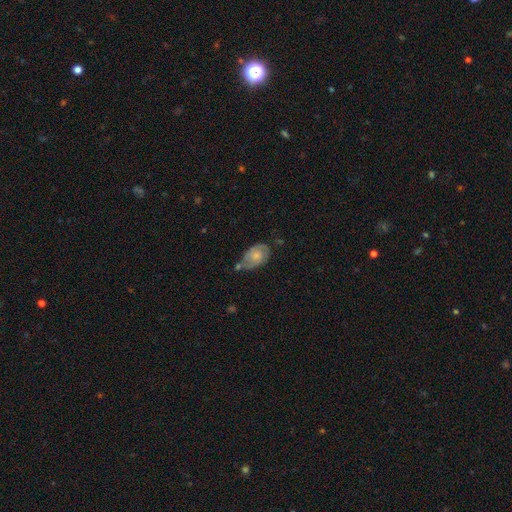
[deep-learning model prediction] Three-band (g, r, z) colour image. It shows a featured or disk galaxy (59%) with no bar (72%), spiral arms (86%) and a small central bulge (48%). Merging: none (44%).